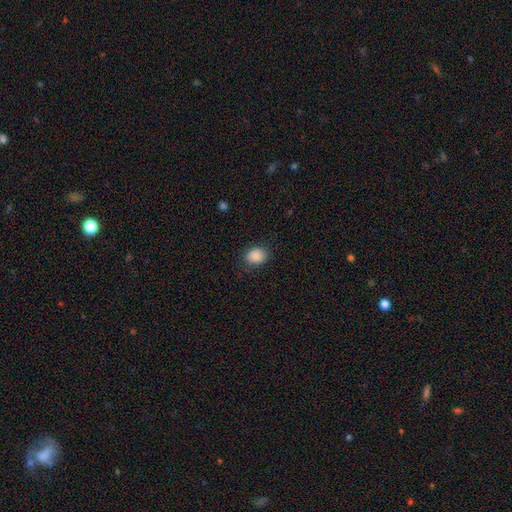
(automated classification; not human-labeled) smooth 86%, star or artifact 9%, featured or disk 5%. Down the decision tree: how rounded — round (55%); merging — none (84%).